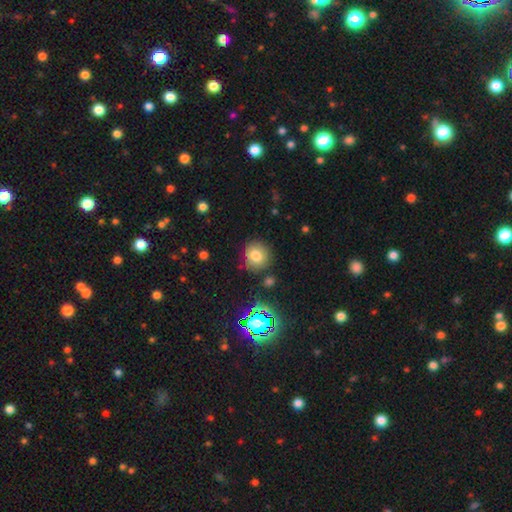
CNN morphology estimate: smooth-or-featured: smooth: 77% | star or artifact: 15% | featured or disk: 9%
  how-rounded: round: 88% | in between: 11% | cigar-shaped: 1%
  merging: none: 81% | minor disturbance: 11% | merger: 4% | major disturbance: 3%